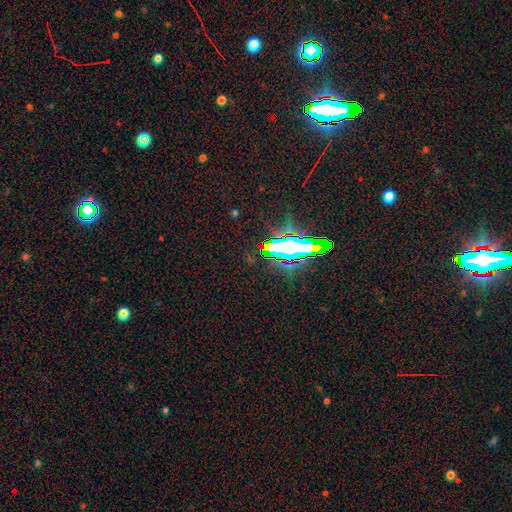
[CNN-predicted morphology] A star or artifact, not a galaxy (62%).